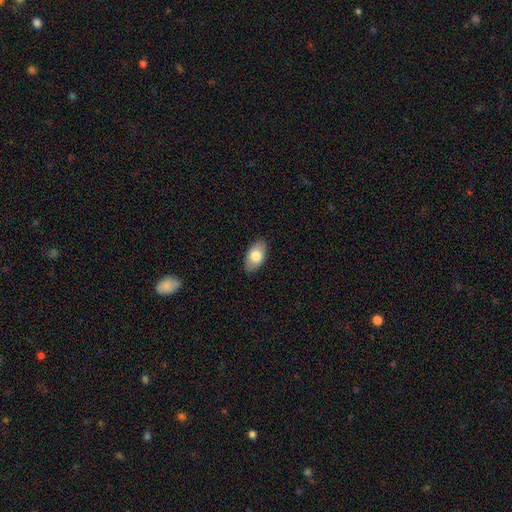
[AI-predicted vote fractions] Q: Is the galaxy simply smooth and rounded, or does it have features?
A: smooth — 76%.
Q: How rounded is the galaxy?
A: in between — 94%.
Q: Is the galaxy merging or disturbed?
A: none — 86%.